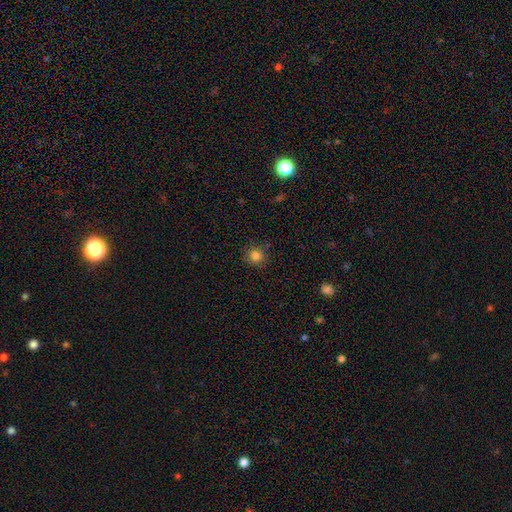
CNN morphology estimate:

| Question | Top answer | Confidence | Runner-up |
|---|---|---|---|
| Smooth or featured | smooth | 82% | star or artifact (13%) |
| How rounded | round | 92% | in between (7%) |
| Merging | none | 86% | minor disturbance (10%) |